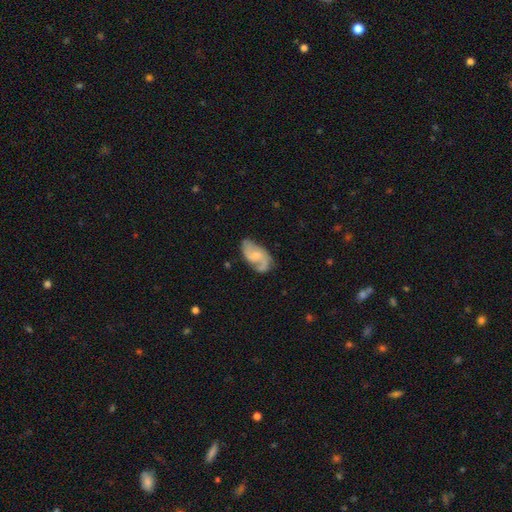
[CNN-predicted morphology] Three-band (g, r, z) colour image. It shows a featured or disk galaxy (75%) with a weak bar (49%), 2 (82%) medium (47%) spiral arms (93%) and a small central bulge (48%). Merging: none (63%).